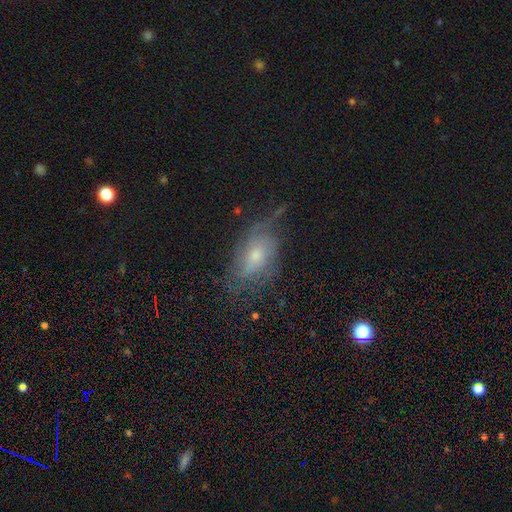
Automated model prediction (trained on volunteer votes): Smooth or featured?
  - featured or disk: 58% *
  - smooth: 31%
  - star or artifact: 12%
Edge-on disk?
  - no: 91% *
  - yes: 9%
Bar?
  - no: 71% *
  - weak: 24%
  - strong: 4%
Spiral arms?
  - yes: 77% *
  - no: 23%
Bulge size?
  - small: 46% *
  - moderate: 44%
  - large: 5%
  - none: 4%
  - dominant: 1%
Merging?
  - none: 53% *
  - minor disturbance: 27%
  - major disturbance: 19%
  - merger: 2%